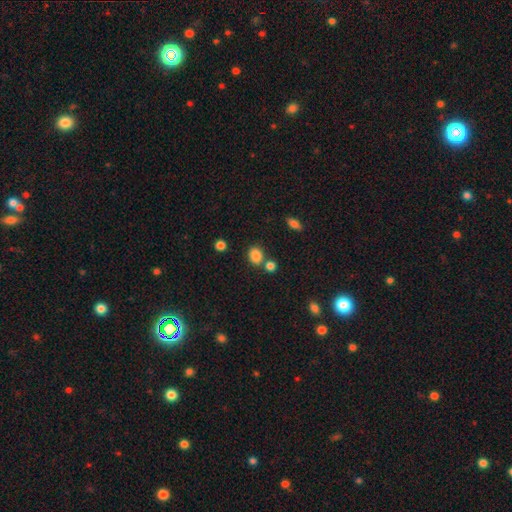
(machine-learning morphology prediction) type=smooth (85%); roundness=round (55%); merging=none (68%).